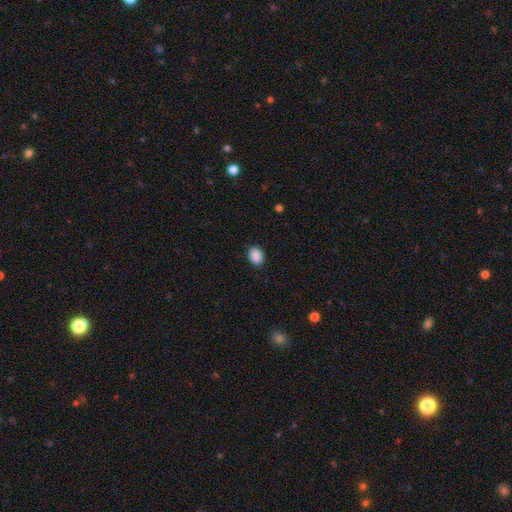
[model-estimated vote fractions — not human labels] A smooth galaxy with no disk features (90%) that is in between round and cigar-shaped (72%).

Vote fractions:
- Smooth or featured? smooth: 90% / star or artifact: 8% / featured or disk: 2%
- How rounded? in between: 72% / round: 27% / cigar-shaped: 1%
- Merging? none: 89% / minor disturbance: 8% / major disturbance: 2% / merger: 1%